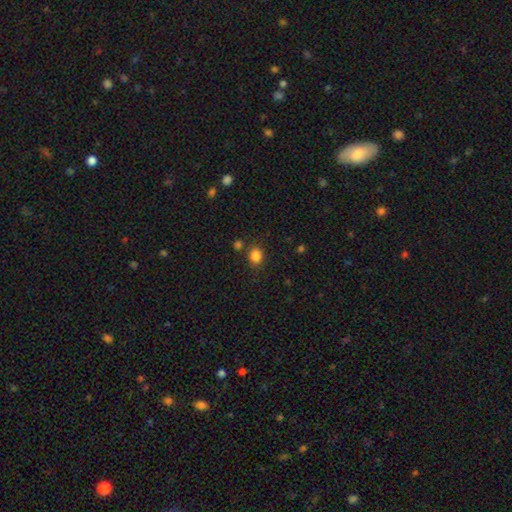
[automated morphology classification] Overall: smooth (84%). How rounded: round (65%; in between 34%). Merging: none (79%).